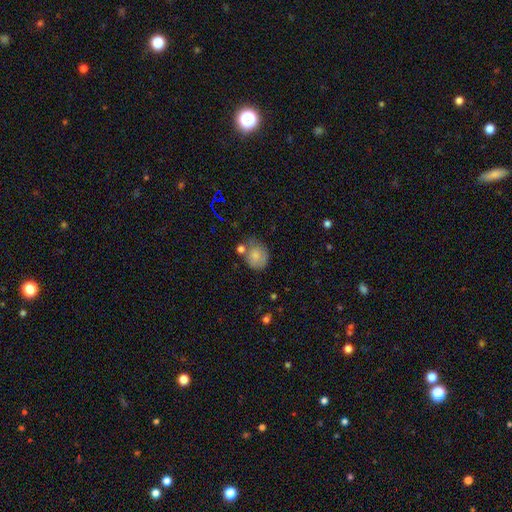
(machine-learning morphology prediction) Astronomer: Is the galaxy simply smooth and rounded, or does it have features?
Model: smooth — 76%.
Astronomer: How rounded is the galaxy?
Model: round — 59% (runner-up: in between, 39%).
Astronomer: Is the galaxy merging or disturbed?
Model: none — 50%.